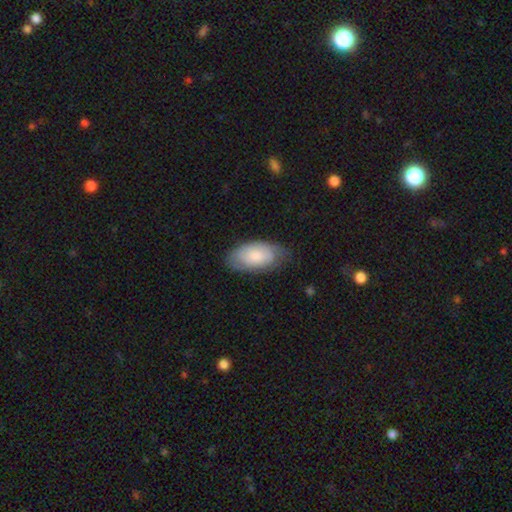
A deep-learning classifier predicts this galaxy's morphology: smooth_or_featured: smooth (p=0.67) [alt: featured or disk p=0.27]
how_rounded: in between (p=0.94) [alt: round p=0.03]
merging: none (p=0.67) [alt: minor disturbance p=0.25]